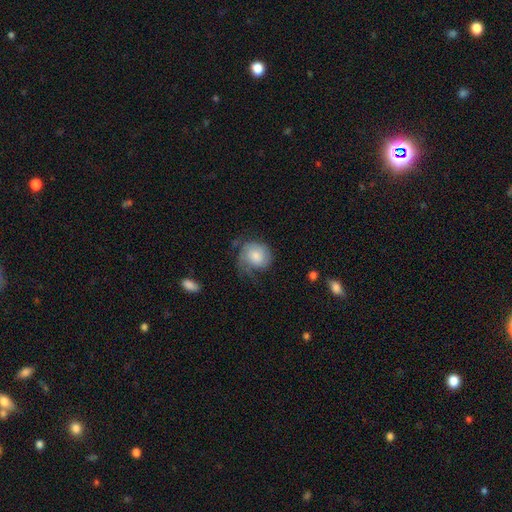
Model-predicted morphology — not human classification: Smooth or featured: featured or disk — 51% (smooth — 42%)
Edge-on disk: no — 98% (yes — 2%)
Merging: none — 46% (minor disturbance — 28%)